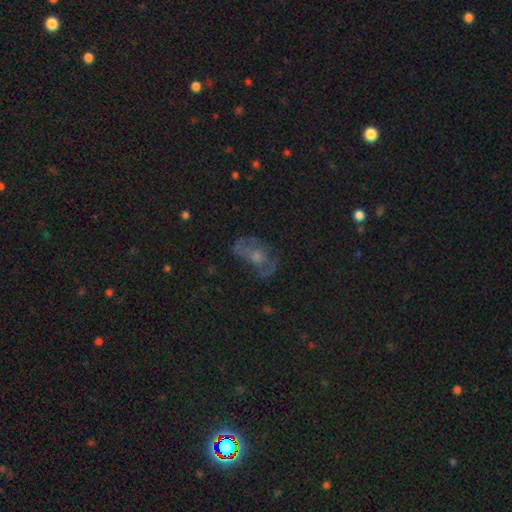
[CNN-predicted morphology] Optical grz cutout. It shows a featured or disk galaxy (52%). Merging: none (48%).